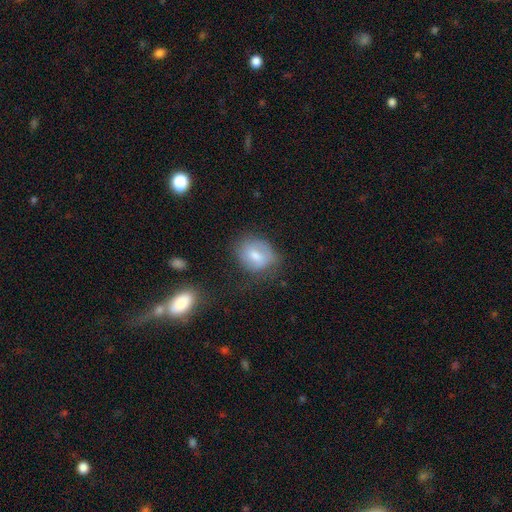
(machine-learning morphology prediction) Q: Smooth or featured?
A: smooth (69%); runner-up: featured or disk (23%)
Q: How rounded?
A: round (53%); runner-up: in between (46%)
Q: Merging?
A: none (57%); runner-up: minor disturbance (27%)